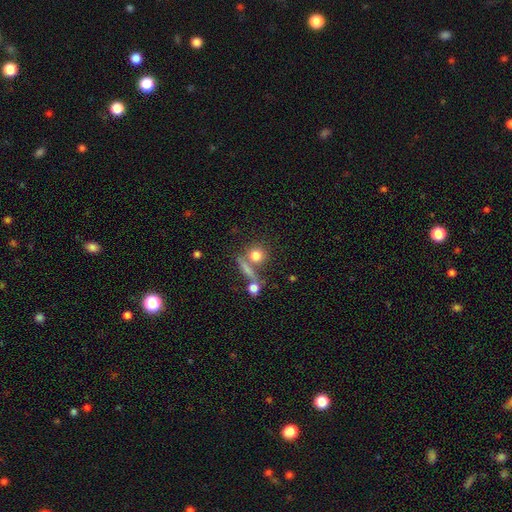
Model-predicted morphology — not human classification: Smooth or featured: smooth — 76% (star or artifact — 12%)
How rounded: round — 81% (in between — 14%)
Merging: none — 60% (merger — 25%)